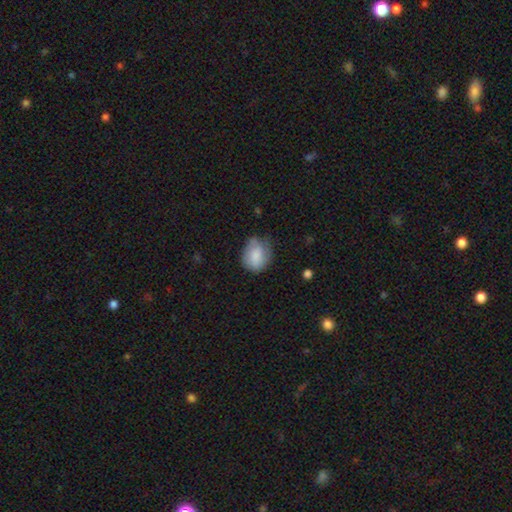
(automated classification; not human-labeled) A smooth galaxy with no disk features (79%) that is in between round and cigar-shaped (51%).

Vote fractions:
- Smooth or featured? smooth: 79% / featured or disk: 14% / star or artifact: 7%
- How rounded? in between: 51% / round: 48% / cigar-shaped: 1%
- Merging? none: 55% / minor disturbance: 33% / major disturbance: 10% / merger: 2%